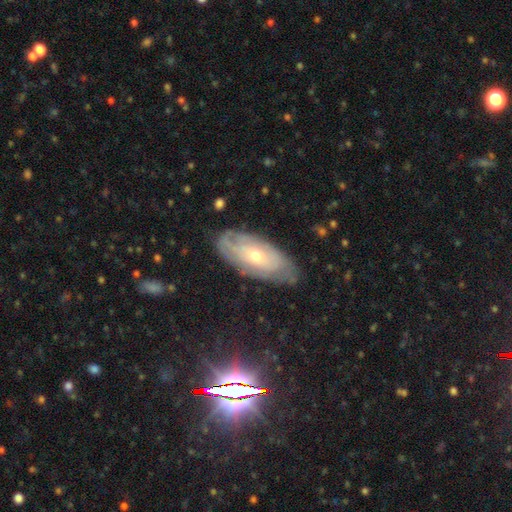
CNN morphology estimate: The model was most divided on "bulge size": moderate: 50%, small: 46%, large: 2%, none: 1%, dominant: 1%. More confident: edge-on disk — no (85%); spiral arms — yes (80%); merging — none (77%); bar — no (72%); smooth or featured — featured or disk (67%).